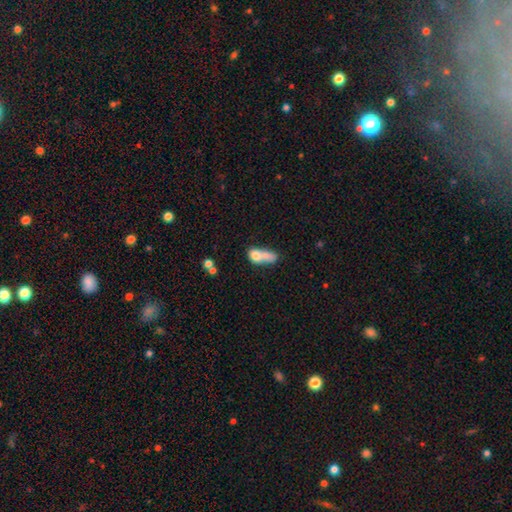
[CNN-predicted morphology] smooth-or-featured: smooth: 69% | featured or disk: 21% | star or artifact: 10%
  how-rounded: in between: 64% | round: 25% | cigar-shaped: 11%
  merging: merger: 61% | none: 18% | minor disturbance: 10% | major disturbance: 10%